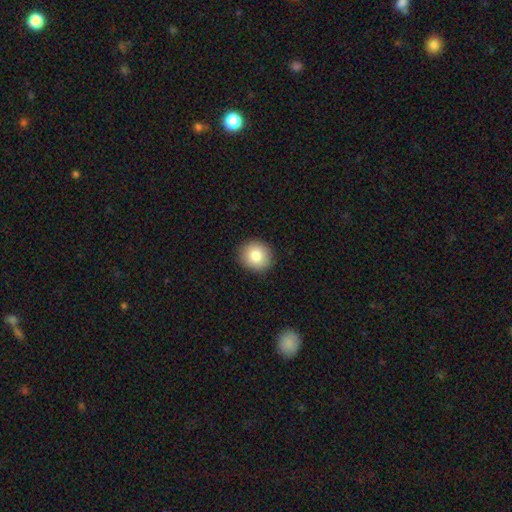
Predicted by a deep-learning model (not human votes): smooth_or_featured: smooth (p=0.83) [alt: star or artifact p=0.08]
how_rounded: round (p=0.87) [alt: in between p=0.12]
merging: none (p=0.91) [alt: minor disturbance p=0.06]